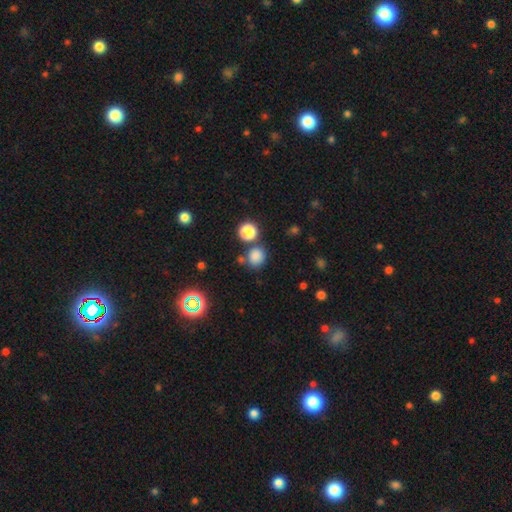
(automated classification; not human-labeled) smooth_or_featured: smooth (p=0.81) [alt: star or artifact p=0.14]
how_rounded: round (p=0.82) [alt: in between p=0.17]
merging: none (p=0.71) [alt: merger p=0.14]